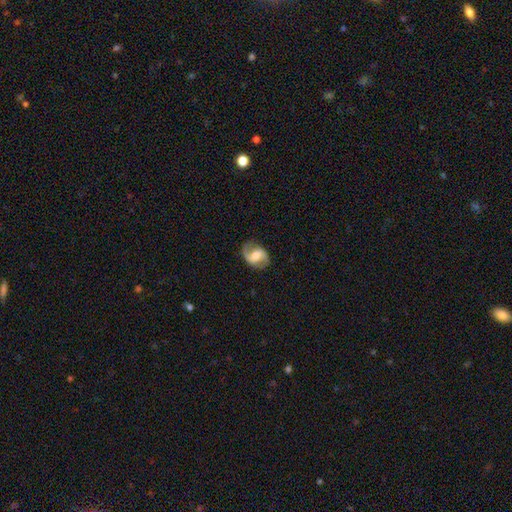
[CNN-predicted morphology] featured or disk 77%, smooth 17%, star or artifact 6%. Down the decision tree: edge-on disk — no (97%); bar — weak (46%); spiral arms — yes (94%); spiral arm count — 2 (89%); spiral winding — medium (45%); bulge size — moderate (52%); merging — none (80%).